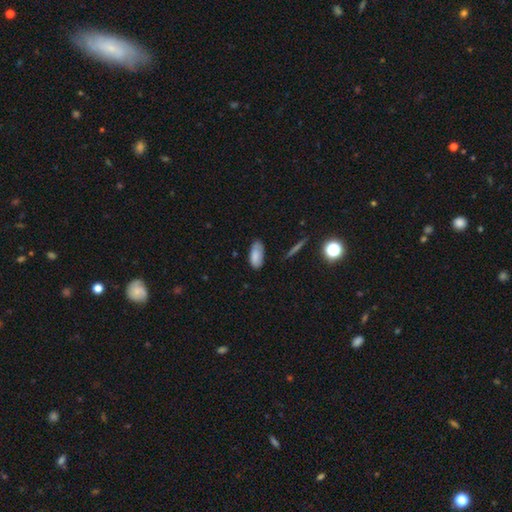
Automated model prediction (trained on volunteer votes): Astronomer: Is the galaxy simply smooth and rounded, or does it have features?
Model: smooth — 81%.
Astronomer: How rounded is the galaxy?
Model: in between — 90%.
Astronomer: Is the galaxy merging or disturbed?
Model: none — 67%.